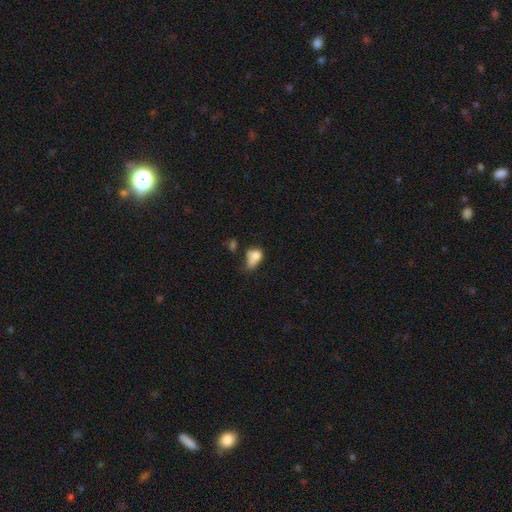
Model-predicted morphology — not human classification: type=smooth (73%); roundness=in between (74%); merging=minor disturbance (30%).